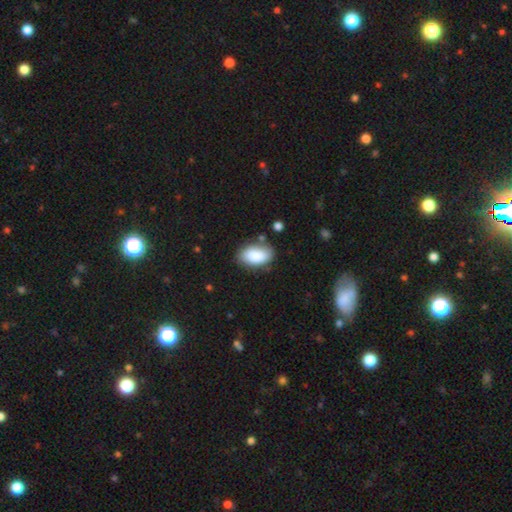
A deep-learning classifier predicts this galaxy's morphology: smooth-or-featured: smooth: 87% | featured or disk: 7% | star or artifact: 7%
  how-rounded: in between: 93% | round: 5% | cigar-shaped: 1%
  merging: none: 76% | minor disturbance: 16% | merger: 4% | major disturbance: 4%